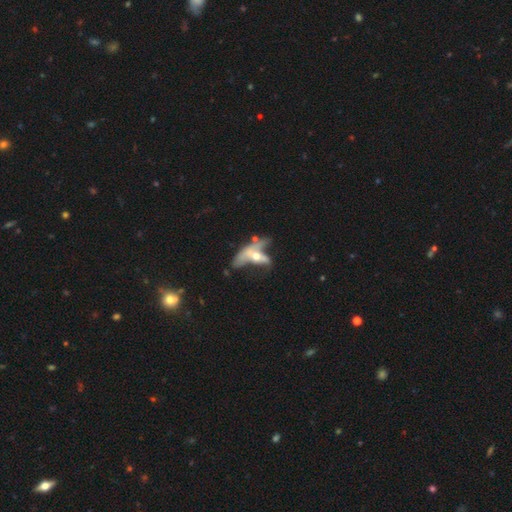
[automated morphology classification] The model was most divided on "merging": major disturbance: 39%, merger: 30%, none: 16%, minor disturbance: 14%. More confident: edge-on disk — no (74%); smooth or featured — featured or disk (56%).